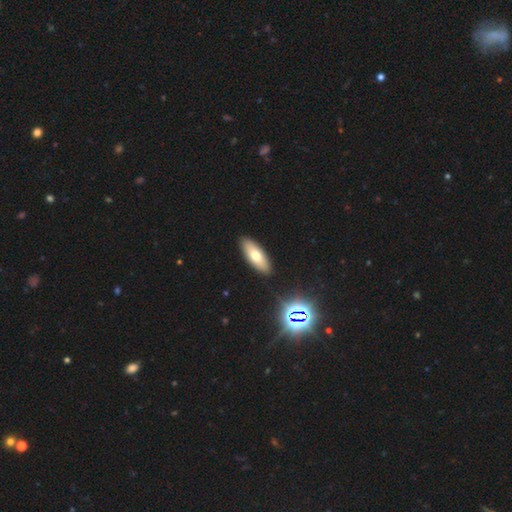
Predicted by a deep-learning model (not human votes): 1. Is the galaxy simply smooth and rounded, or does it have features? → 68% smooth, 23% featured or disk, 9% star or artifact.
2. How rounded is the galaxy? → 69% in between, 28% cigar-shaped, 3% round.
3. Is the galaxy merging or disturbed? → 89% none, 7% minor disturbance, 2% major disturbance, 2% merger.